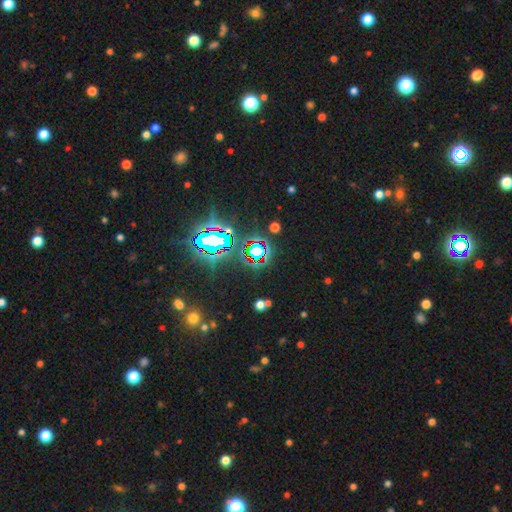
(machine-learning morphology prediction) Q: Smooth or featured?
A: star or artifact (82%); runner-up: smooth (11%)